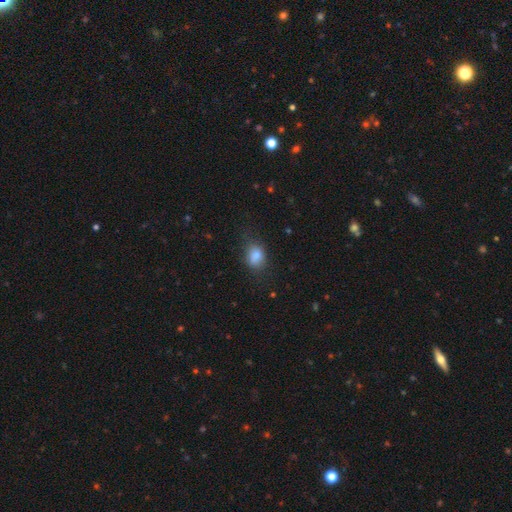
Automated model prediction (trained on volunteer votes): The model was most divided on "merging": none: 62%, minor disturbance: 26%, major disturbance: 10%, merger: 2%. More confident: smooth or featured — smooth (81%); how rounded — in between (69%).